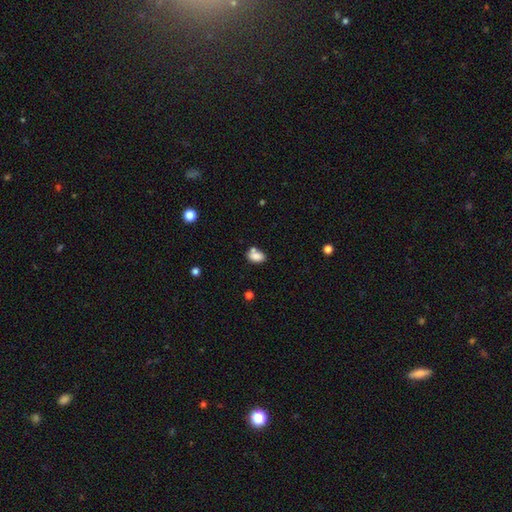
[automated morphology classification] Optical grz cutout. It shows a smooth galaxy with no disk features (82%) that is in between round and cigar-shaped (85%). Merging: none (50%).